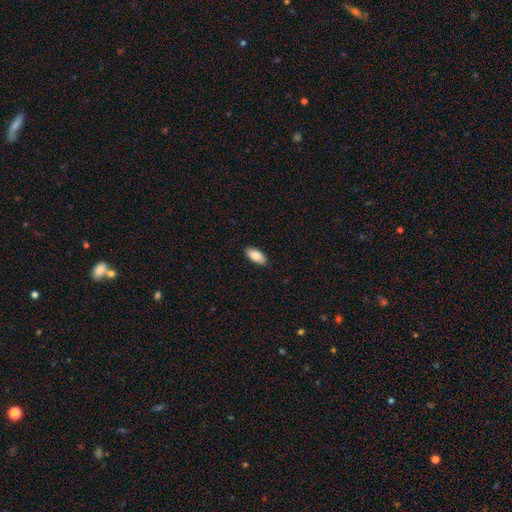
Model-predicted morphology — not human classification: Q: Smooth or featured?
A: smooth (86%); runner-up: featured or disk (7%)
Q: How rounded?
A: in between (91%); runner-up: cigar-shaped (6%)
Q: Merging?
A: none (88%); runner-up: minor disturbance (9%)